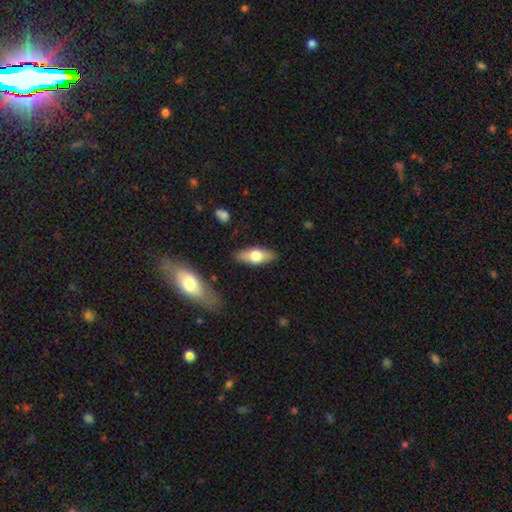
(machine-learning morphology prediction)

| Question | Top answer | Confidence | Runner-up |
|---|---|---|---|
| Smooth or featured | smooth | 62% | featured or disk (32%) |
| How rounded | in between | 74% | cigar-shaped (23%) |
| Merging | none | 85% | minor disturbance (10%) |